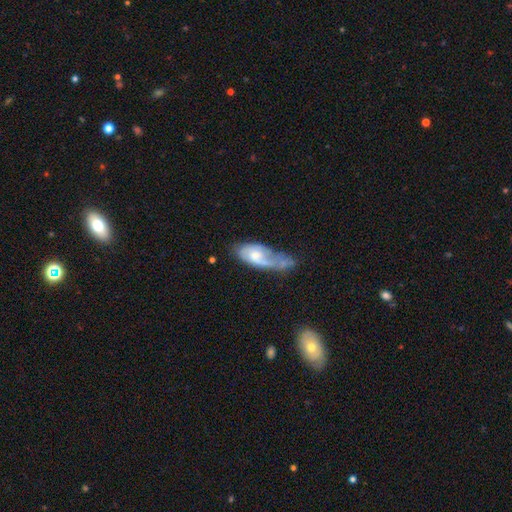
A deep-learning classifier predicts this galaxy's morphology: featured or disk 52%, smooth 41%, star or artifact 6%. Down the decision tree: edge-on disk — no (91%); merging — major disturbance (34%).